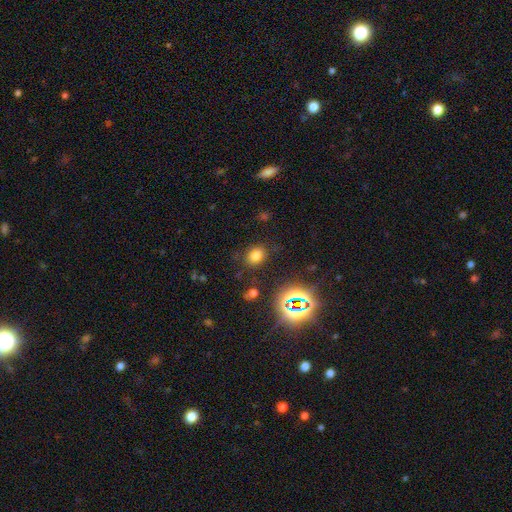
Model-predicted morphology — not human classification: smooth-or-featured: smooth: 70% | star or artifact: 23% | featured or disk: 7%
  how-rounded: round: 50% | in between: 48% | cigar-shaped: 1%
  merging: none: 81% | minor disturbance: 12% | major disturbance: 4% | merger: 3%